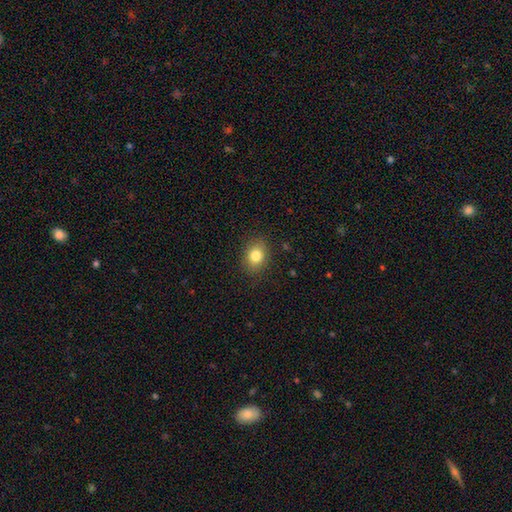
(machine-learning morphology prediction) Smooth or featured?
  - smooth: 82% *
  - star or artifact: 10%
  - featured or disk: 8%
How rounded?
  - in between: 58% *
  - round: 41%
  - cigar-shaped: 1%
Merging?
  - none: 86% *
  - minor disturbance: 10%
  - major disturbance: 3%
  - merger: 1%